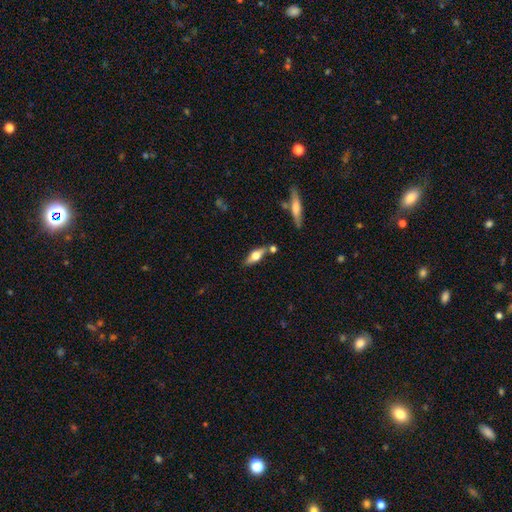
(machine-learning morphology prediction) featured or disk 50%, smooth 44%, star or artifact 7%. Down the decision tree: merging — none (75%).